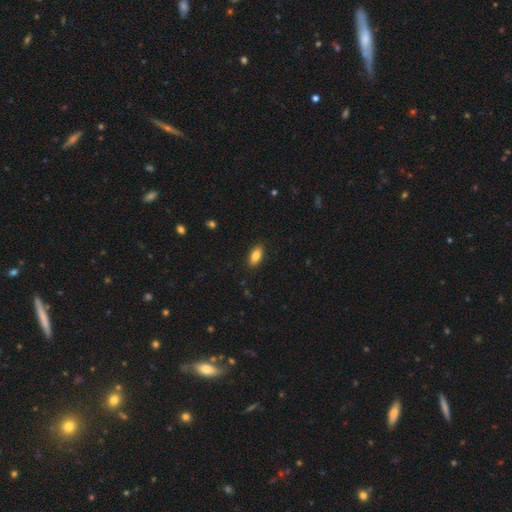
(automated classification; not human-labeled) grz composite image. It shows a smooth galaxy with no disk features (85%) that is in between round and cigar-shaped (87%). Merging: none (88%).